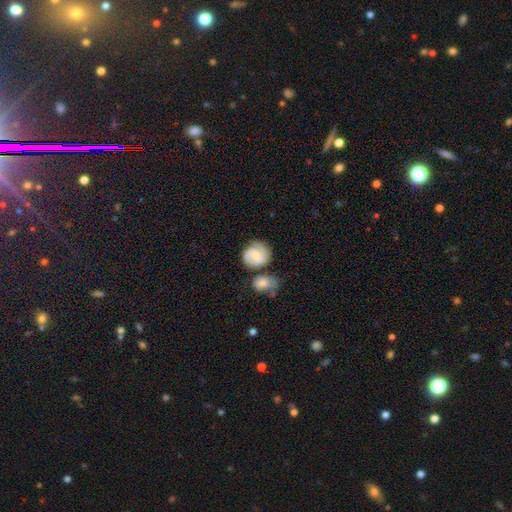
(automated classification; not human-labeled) featured or disk 57%, smooth 36%, star or artifact 7%. Down the decision tree: edge-on disk — no (97%); bar — no (49%); spiral arms — yes (88%); bulge size — small (50%); merging — none (50%).